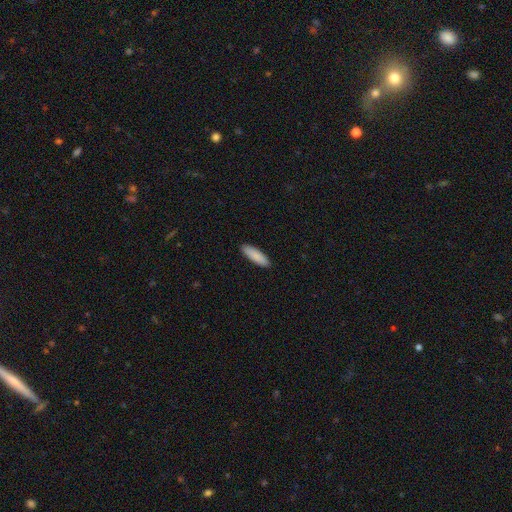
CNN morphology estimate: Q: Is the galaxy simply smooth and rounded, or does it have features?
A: smooth — 89%.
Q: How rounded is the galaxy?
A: cigar-shaped — 57%.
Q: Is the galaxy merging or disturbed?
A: none — 91%.